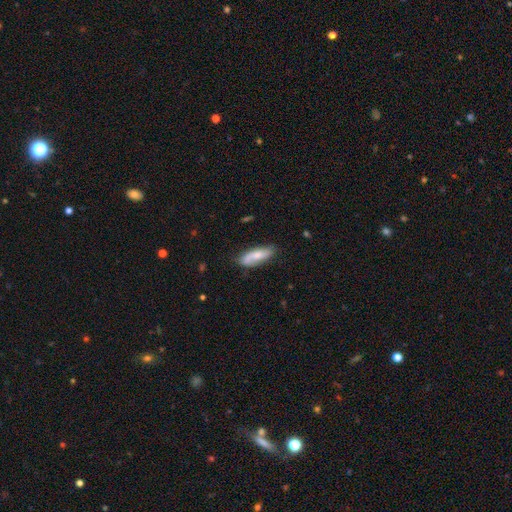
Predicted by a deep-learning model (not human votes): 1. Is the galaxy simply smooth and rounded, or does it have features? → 59% smooth, 35% featured or disk, 6% star or artifact.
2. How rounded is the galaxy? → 62% in between, 35% cigar-shaped, 2% round.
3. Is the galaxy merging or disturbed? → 74% none, 20% minor disturbance, 4% major disturbance, 2% merger.